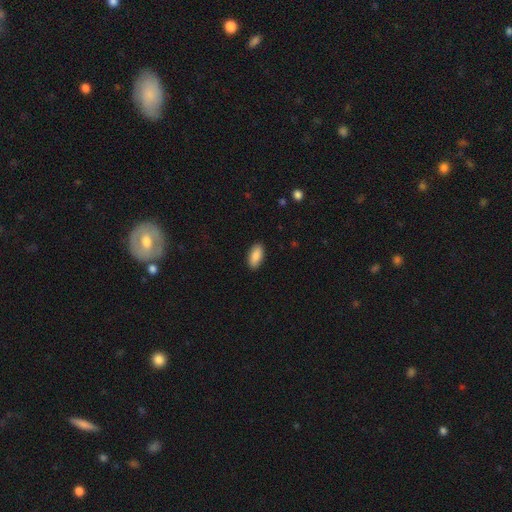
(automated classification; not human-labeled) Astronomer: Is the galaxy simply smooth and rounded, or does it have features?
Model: smooth — 88%.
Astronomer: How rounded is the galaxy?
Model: in between — 90%.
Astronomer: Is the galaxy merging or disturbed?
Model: none — 89%.